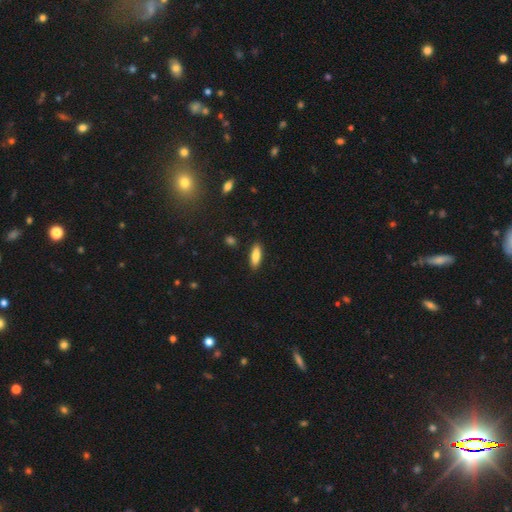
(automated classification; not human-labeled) smooth 83%, featured or disk 10%, star or artifact 7%. Down the decision tree: how rounded — in between (55%); merging — none (88%).